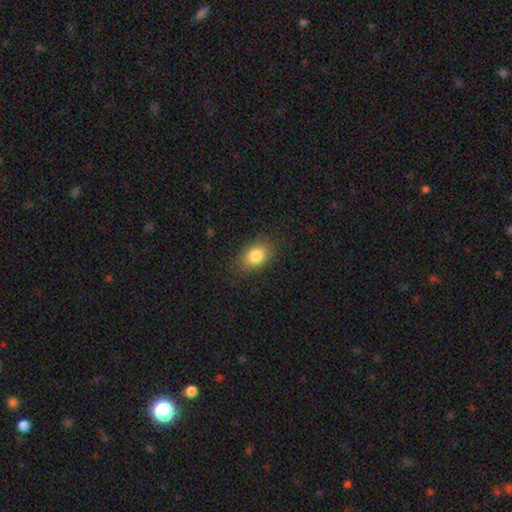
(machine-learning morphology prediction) A smooth galaxy with no disk features (83%) that is in between round and cigar-shaped (81%). Merging: none (83%).